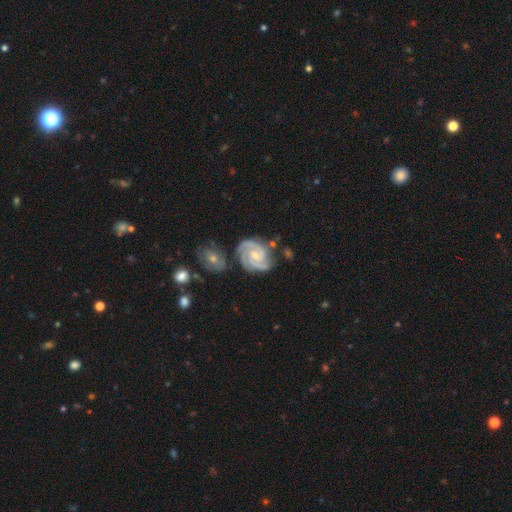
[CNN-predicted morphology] smooth_or_featured: featured or disk (p=0.92) [alt: star or artifact p=0.04]
disk_edge_on: no (p=0.98) [alt: yes p=0.02]
bar: no (p=0.60) [alt: weak p=0.32]
has_spiral_arms: yes (p=0.99) [alt: no p=0.01]
spiral_winding: tight (p=0.68) [alt: medium p=0.29]
spiral_arm_count: 3 (p=0.53) [alt: 2 p=0.24]
bulge_size: small (p=0.65) [alt: moderate p=0.30]
merging: none (p=0.68) [alt: minor disturbance p=0.20]